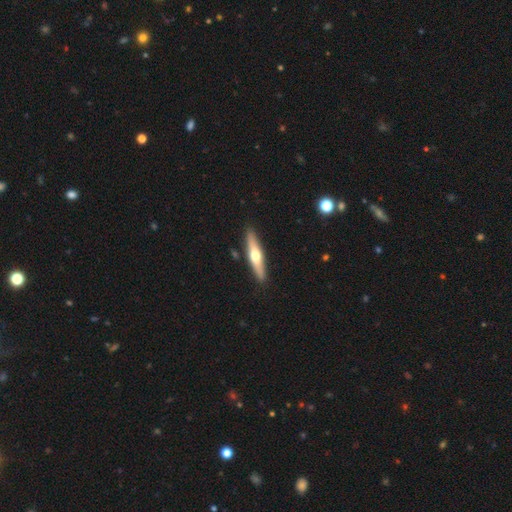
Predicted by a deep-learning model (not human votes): featured or disk 55%, smooth 40%, star or artifact 5%. Down the decision tree: edge-on disk — yes (93%); edge-on bulge — rounded (92%); merging — none (90%).